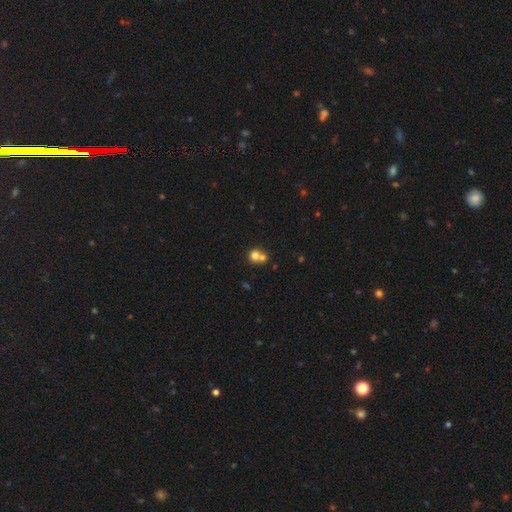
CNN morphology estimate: Smooth or featured? smooth (72%)
How rounded? round (83%)
Merging? merger (55%)